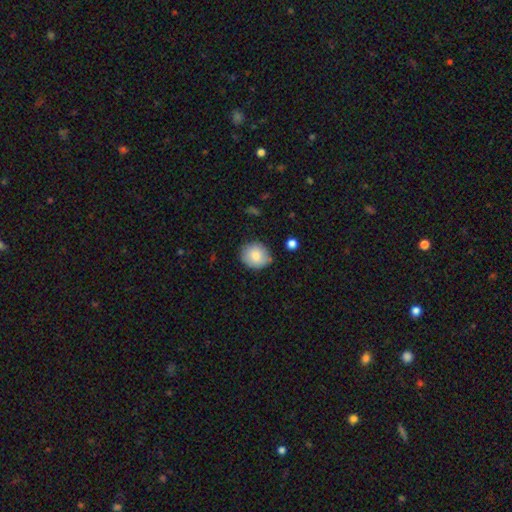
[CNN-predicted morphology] Smooth or featured? Predicted: smooth (p=0.84). How rounded? Predicted: round (p=0.80). Merging? Predicted: none (p=0.81).